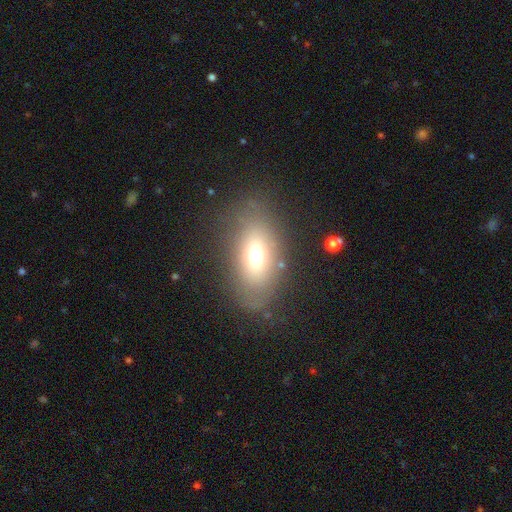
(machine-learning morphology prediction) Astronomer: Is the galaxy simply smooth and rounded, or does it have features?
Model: smooth — 63%.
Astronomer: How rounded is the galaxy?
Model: in between — 78%.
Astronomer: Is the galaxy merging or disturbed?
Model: none — 75%.